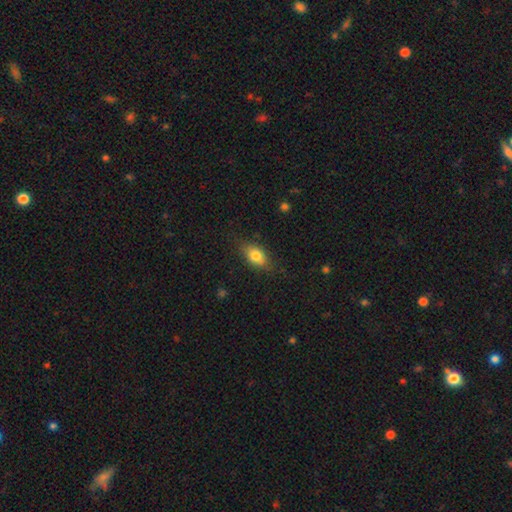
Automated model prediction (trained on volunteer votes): Overall: smooth (76%). How rounded: in between (82%). Merging: none (79%).